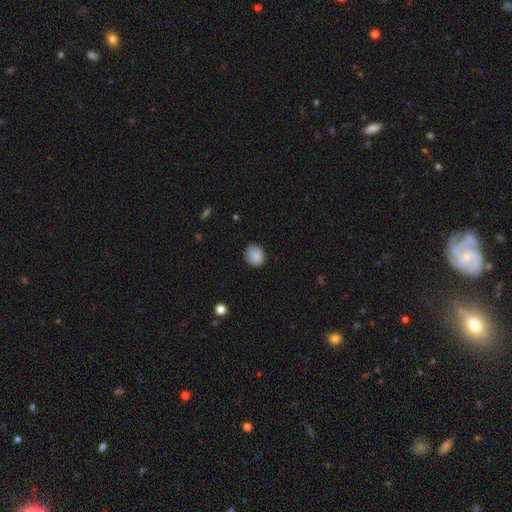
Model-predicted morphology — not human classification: The model was most divided on "how rounded": round: 66%, in between: 33%, cigar-shaped: 1%. More confident: smooth or featured — smooth (87%); merging — none (75%).